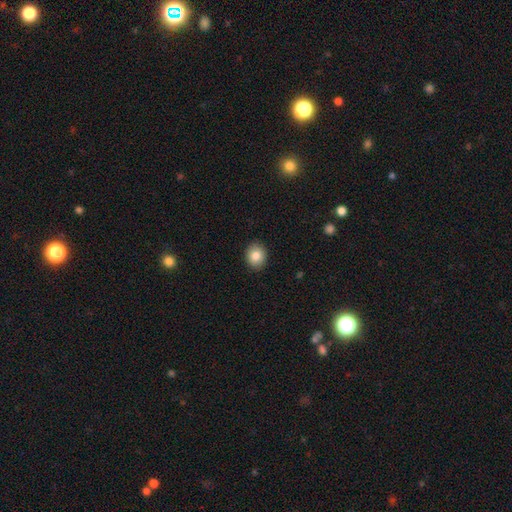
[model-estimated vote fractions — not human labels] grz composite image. It shows a smooth galaxy with no disk features (85%) that is round (63%). Merging: none (91%).